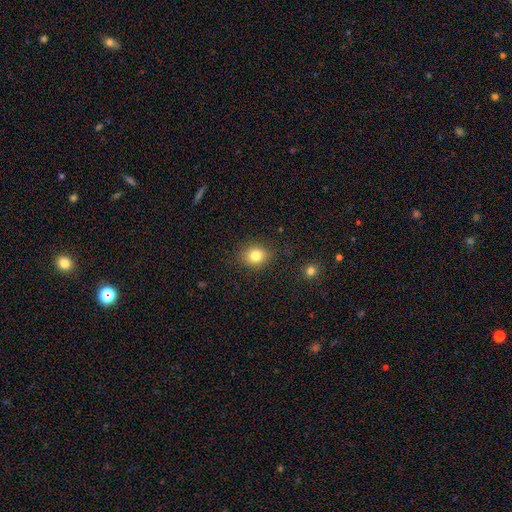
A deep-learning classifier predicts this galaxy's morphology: This appears to be a smooth galaxy with no disk features (81%) that is round (67%). Merging: none (85%).